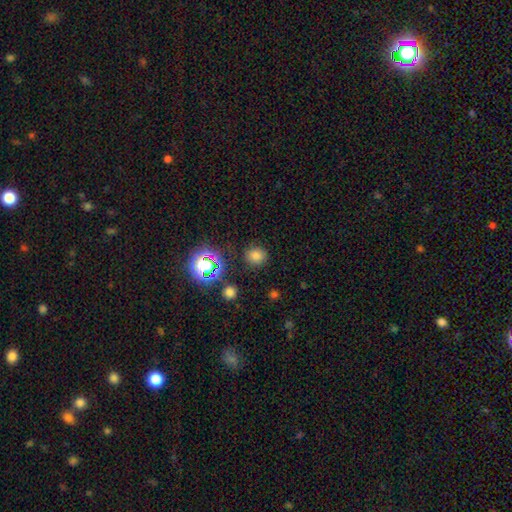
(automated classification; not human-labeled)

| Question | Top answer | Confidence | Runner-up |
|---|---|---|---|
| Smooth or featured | smooth | 73% | star or artifact (20%) |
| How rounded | round | 84% | in between (15%) |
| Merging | none | 86% | minor disturbance (9%) |